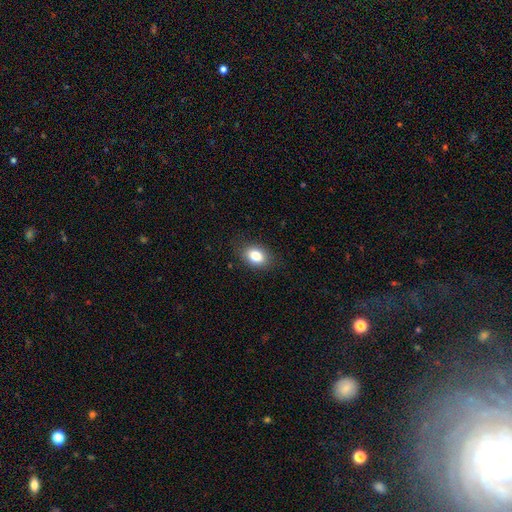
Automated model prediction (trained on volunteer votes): Q: Smooth or featured?
A: smooth (83%); runner-up: star or artifact (9%)
Q: How rounded?
A: in between (77%); runner-up: round (22%)
Q: Merging?
A: none (85%); runner-up: minor disturbance (11%)